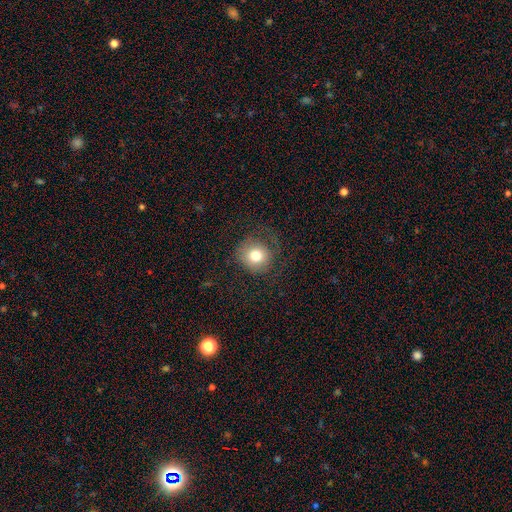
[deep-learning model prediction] Smooth or featured? Predicted: smooth (p=0.75). How rounded? Predicted: round (p=0.90). Merging? Predicted: none (p=0.66).